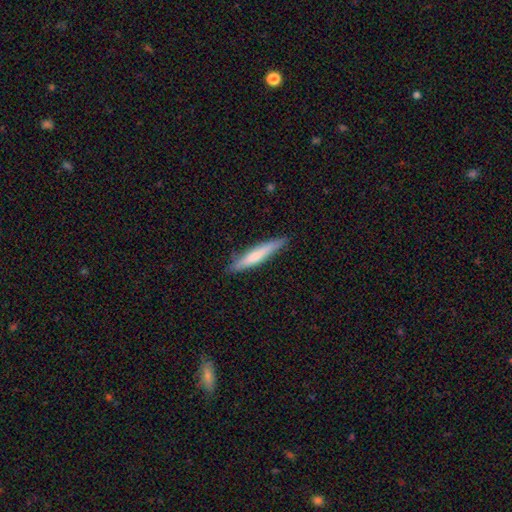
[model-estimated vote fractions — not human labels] This appears to be a smooth galaxy with no disk features (62%) that is cigar-shaped (92%). Merging: none (87%).